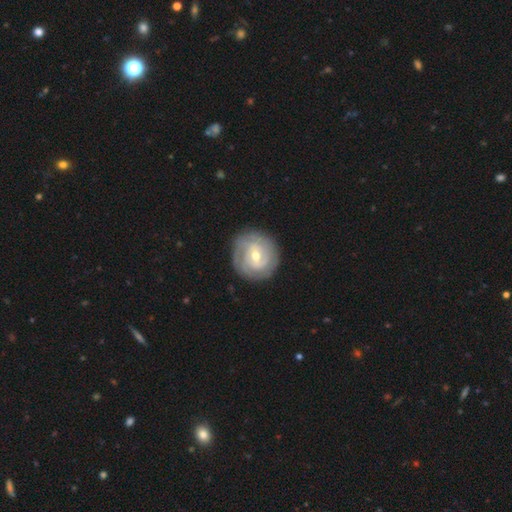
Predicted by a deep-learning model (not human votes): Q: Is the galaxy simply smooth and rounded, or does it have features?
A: featured or disk — 83%.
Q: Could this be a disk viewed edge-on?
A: no — 98%.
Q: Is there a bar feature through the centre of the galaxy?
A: weak — 52%.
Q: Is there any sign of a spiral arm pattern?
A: yes — 95%.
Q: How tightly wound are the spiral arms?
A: tight — 73%.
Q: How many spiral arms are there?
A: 3 — 29%.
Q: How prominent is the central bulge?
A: moderate — 60%.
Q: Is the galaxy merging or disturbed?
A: none — 85%.